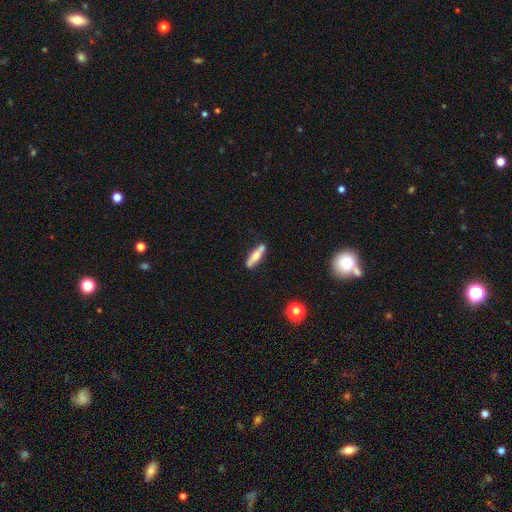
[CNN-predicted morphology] A smooth galaxy with no disk features (59%) that is cigar-shaped (78%). Merging: none (80%).